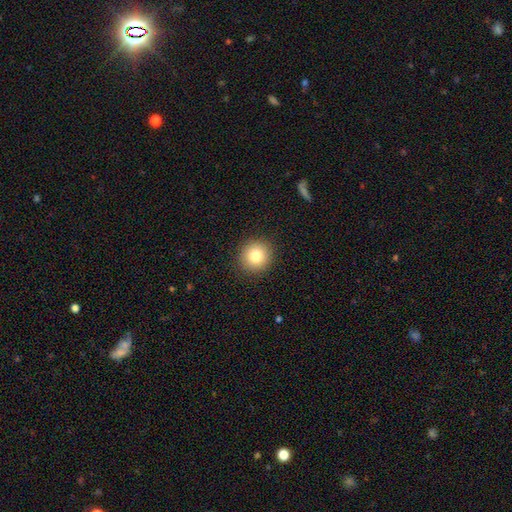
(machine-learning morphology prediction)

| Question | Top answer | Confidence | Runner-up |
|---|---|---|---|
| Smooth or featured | smooth | 82% | star or artifact (10%) |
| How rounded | round | 93% | in between (6%) |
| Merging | none | 92% | minor disturbance (5%) |